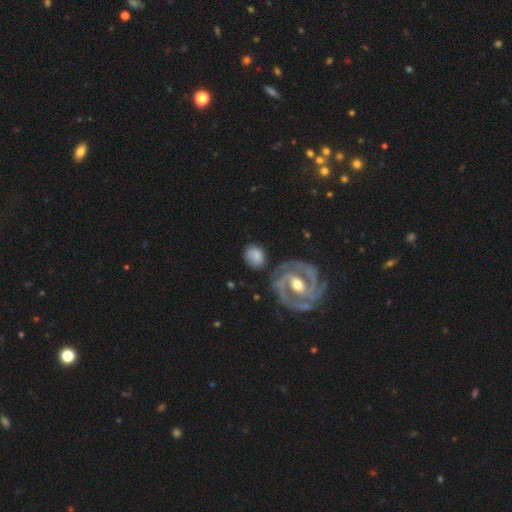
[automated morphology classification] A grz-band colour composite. It shows a smooth galaxy with no disk features (65%) that is round (57%). Merging: none (74%).